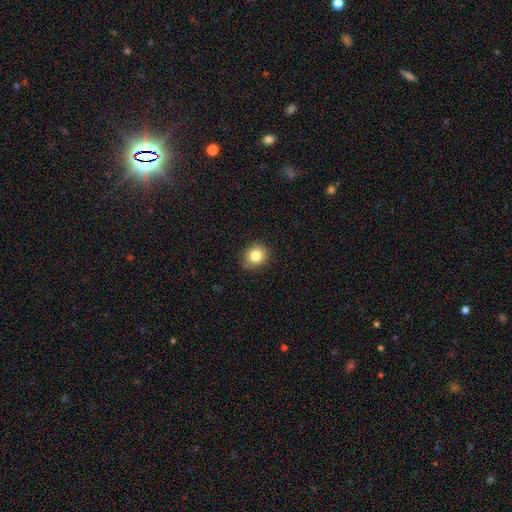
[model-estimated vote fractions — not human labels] smooth 83%, star or artifact 10%, featured or disk 7%. Down the decision tree: how rounded — round (72%); merging — none (86%).